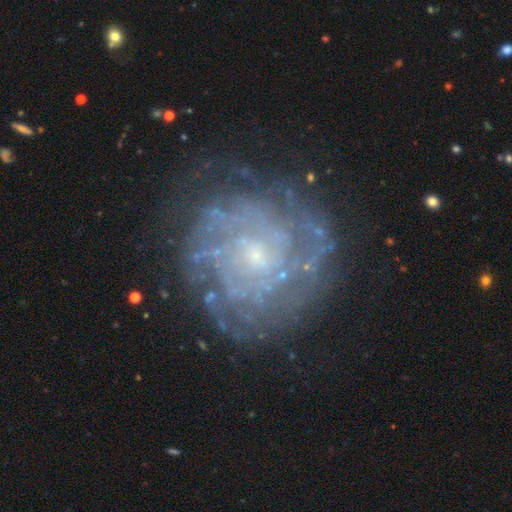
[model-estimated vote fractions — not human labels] The model was most divided on "spiral arm count": can't tell: 51%, 4: 12%, 2: 11%, 3: 11%, more than 4: 9%, 1: 6%. More confident: edge-on disk — no (98%); spiral arms — yes (86%); smooth or featured — featured or disk (83%); merging — none (75%); spiral winding — tight (71%); bulge size — small (70%); bar — no (69%).